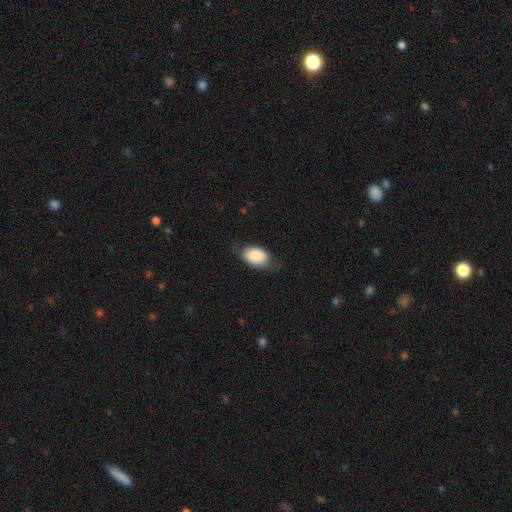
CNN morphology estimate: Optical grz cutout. It shows a smooth galaxy with no disk features (86%) that is in between round and cigar-shaped (89%). Merging: none (69%).